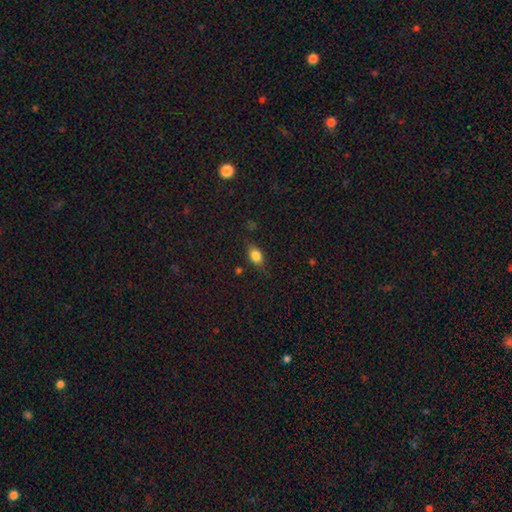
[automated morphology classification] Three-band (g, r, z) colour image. It shows a smooth galaxy with no disk features (78%) that is in between round and cigar-shaped (76%). Merging: none (73%).